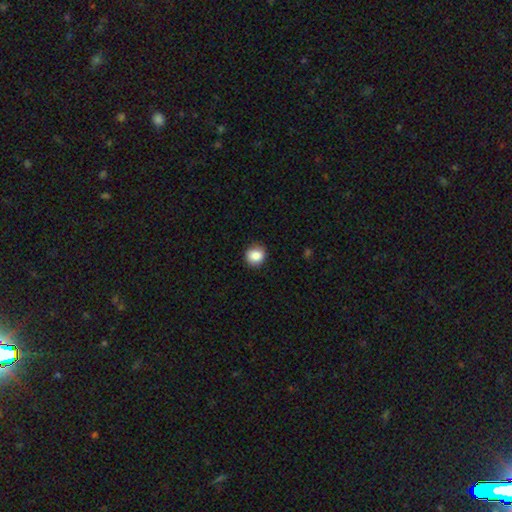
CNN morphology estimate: Smooth or featured? smooth (86%)
How rounded? round (86%)
Merging? none (86%)